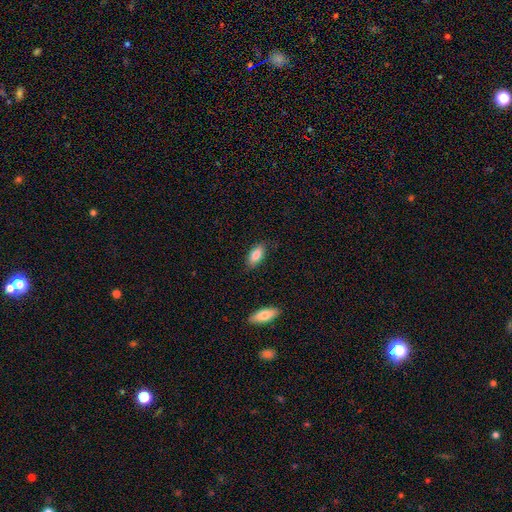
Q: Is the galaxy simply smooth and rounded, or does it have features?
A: smooth — 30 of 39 (77%).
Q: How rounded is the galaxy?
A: in between — 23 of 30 (77%).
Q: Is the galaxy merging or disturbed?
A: none — 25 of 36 (69%).